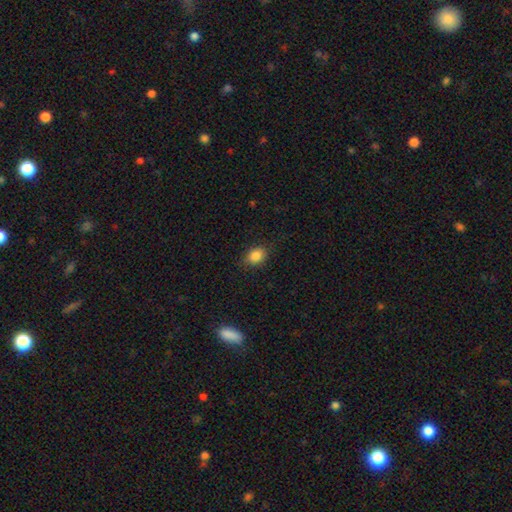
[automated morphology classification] Q: Smooth or featured?
A: smooth (86%); runner-up: star or artifact (10%)
Q: How rounded?
A: in between (61%); runner-up: round (37%)
Q: Merging?
A: none (82%); runner-up: minor disturbance (14%)